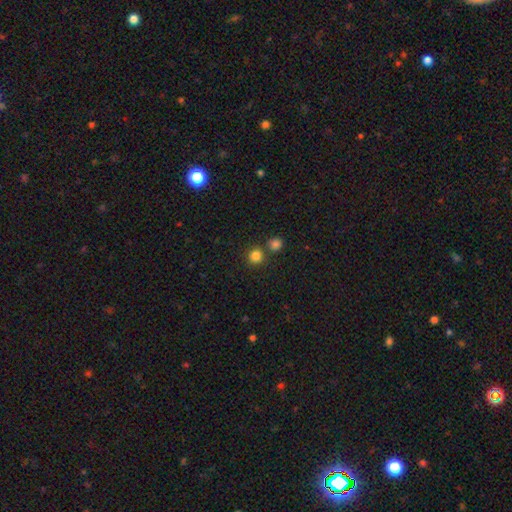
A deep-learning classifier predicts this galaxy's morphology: Smooth or featured: smooth — 82% (star or artifact — 13%)
How rounded: round — 92% (in between — 7%)
Merging: none — 75% (merger — 16%)